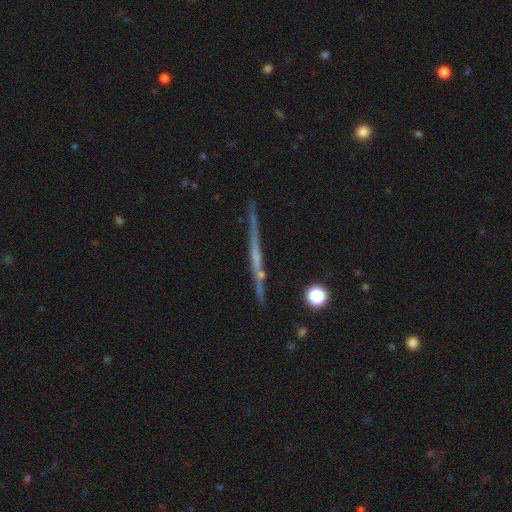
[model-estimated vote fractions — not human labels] The model was most divided on "smooth or featured": featured or disk: 63%, smooth: 26%, star or artifact: 11%. More confident: edge-on disk — yes (96%); merging — none (82%); edge-on bulge — none (77%).